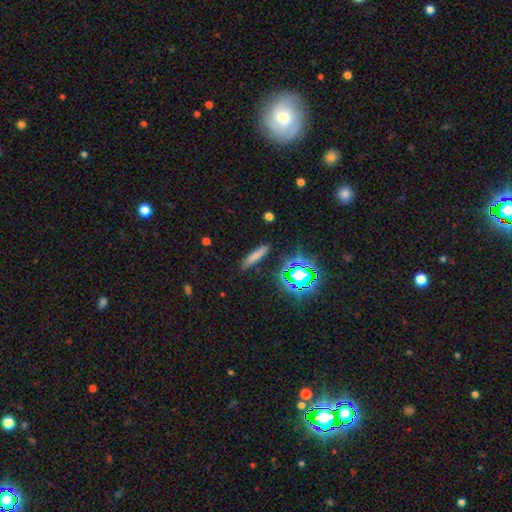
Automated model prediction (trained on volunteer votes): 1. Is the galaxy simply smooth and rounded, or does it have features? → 69% smooth, 16% star or artifact, 15% featured or disk.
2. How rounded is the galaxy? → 83% cigar-shaped, 15% in between, 3% round.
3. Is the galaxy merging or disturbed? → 84% none, 11% minor disturbance, 3% major disturbance, 2% merger.